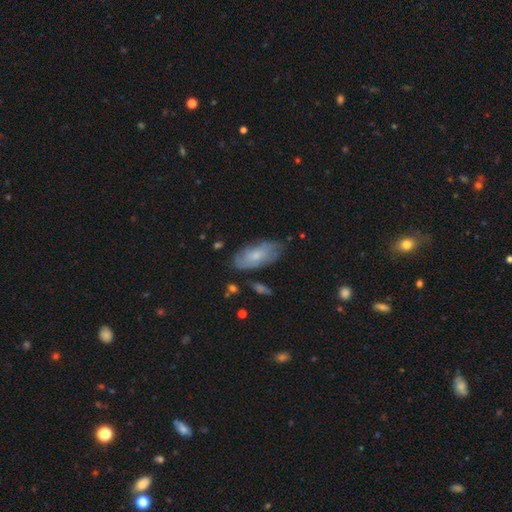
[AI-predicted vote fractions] smooth_or_featured: smooth (p=0.53) [alt: featured or disk p=0.40]
how_rounded: in between (p=0.88) [alt: cigar-shaped p=0.09]
merging: none (p=0.71) [alt: minor disturbance p=0.21]